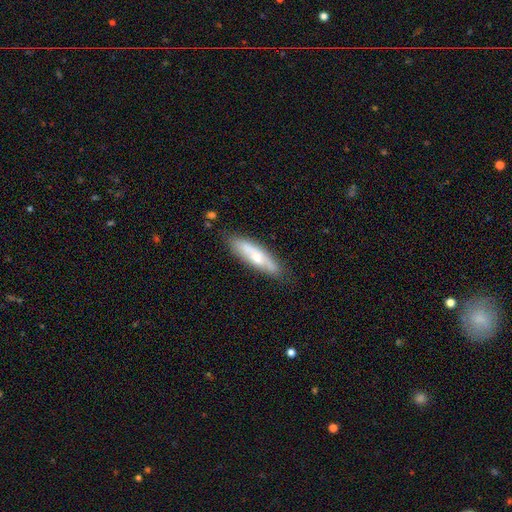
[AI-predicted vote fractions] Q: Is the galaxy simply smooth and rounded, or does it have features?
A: smooth — 49%.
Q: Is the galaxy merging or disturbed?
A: none — 79%.